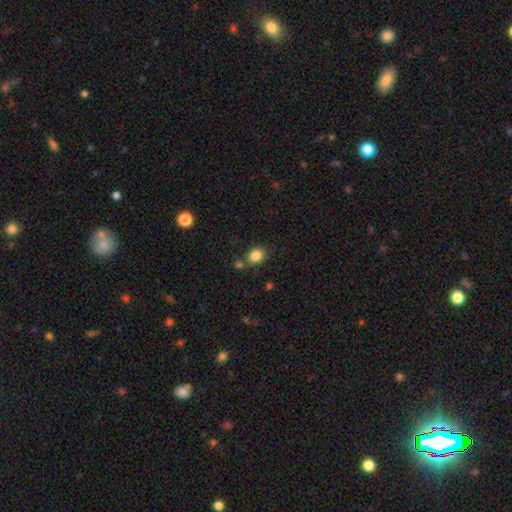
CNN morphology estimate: Overall: smooth (84%). How rounded: in between (53%; round 46%). Merging: none (72%).